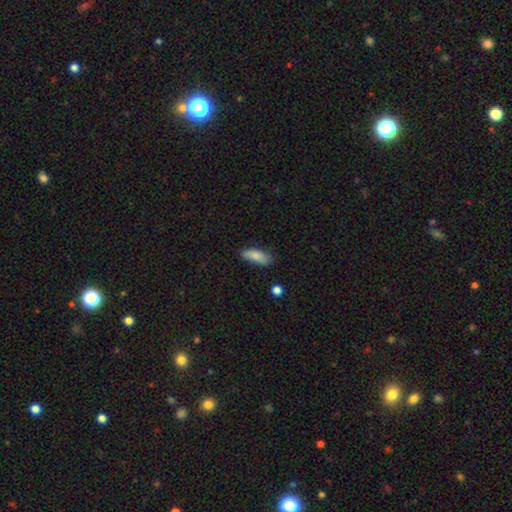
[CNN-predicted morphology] Smooth or featured: smooth — 85% (featured or disk — 8%)
How rounded: in between — 72% (cigar-shaped — 25%)
Merging: none — 72% (minor disturbance — 22%)